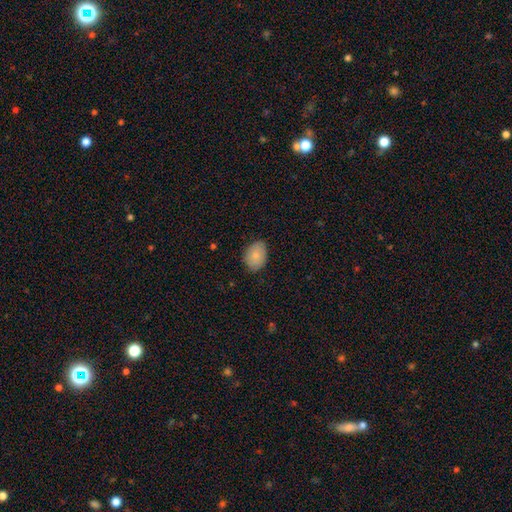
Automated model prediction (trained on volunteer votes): A smooth galaxy with no disk features (83%) that is in between round and cigar-shaped (76%). Merging: none (82%).